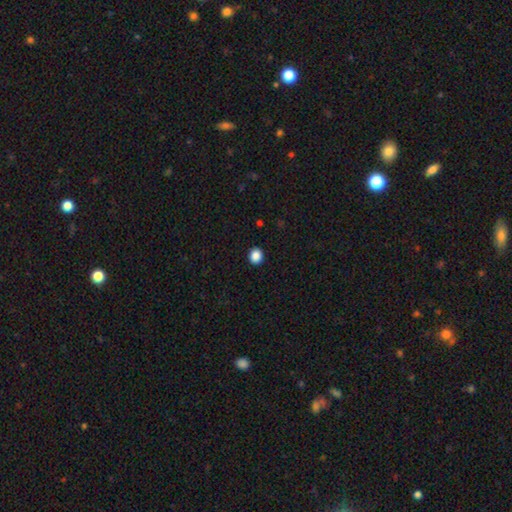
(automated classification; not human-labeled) A smooth galaxy with no disk features (88%) that is round (79%). Merging: none (93%).